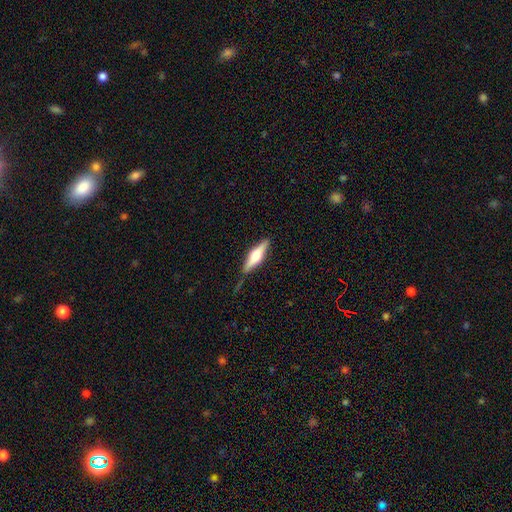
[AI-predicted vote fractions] A featured or disk galaxy (59%) viewed edge-on (95%) with a rounded central bulge (90%).

Vote fractions:
- Smooth or featured? featured or disk: 59% / smooth: 36% / star or artifact: 6%
- Edge-on disk? yes: 95% / no: 5%
- Edge-on bulge? rounded: 90% / boxy: 7% / none: 2%
- Merging? none: 79% / minor disturbance: 15% / major disturbance: 4% / merger: 2%